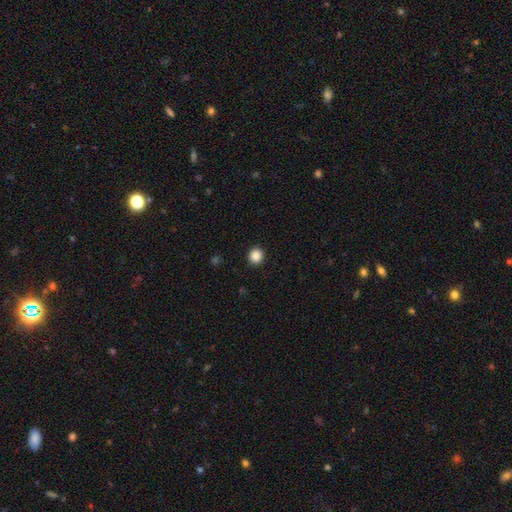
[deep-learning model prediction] Smooth or featured? smooth (87%)
How rounded? round (91%)
Merging? none (93%)